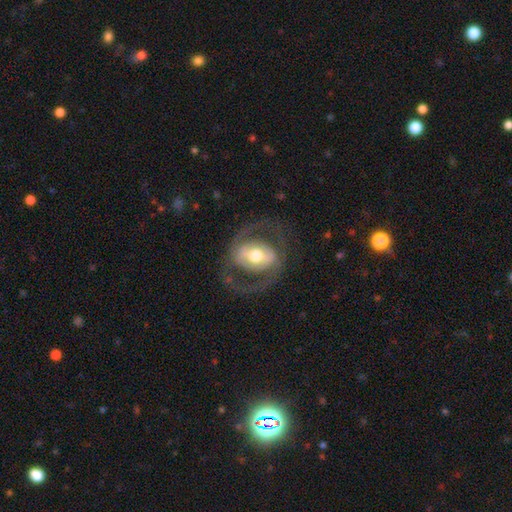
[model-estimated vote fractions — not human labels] smooth-or-featured: featured or disk: 77% | smooth: 18% | star or artifact: 5%
  disk-edge-on: no: 96% | yes: 4%
    bar: strong: 37% | weak: 33% | no: 30%
    has-spiral-arms: yes: 70% | no: 30%
      spiral-winding: medium: 50% | loose: 25% | tight: 25%
      spiral-arm-count: 2: 87% | can't tell: 7% | 1: 3% | 3: 1% | 4: 1% | more than 4: 1%
    bulge-size: moderate: 68% | large: 19% | small: 10% | dominant: 2% | none: 1%
  merging: none: 72% | major disturbance: 15% | minor disturbance: 12% | merger: 1%